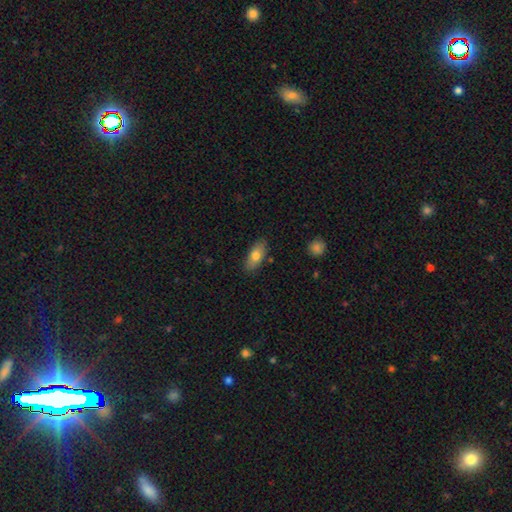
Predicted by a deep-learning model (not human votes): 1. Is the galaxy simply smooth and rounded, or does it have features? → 74% smooth, 19% featured or disk, 7% star or artifact.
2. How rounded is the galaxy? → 85% in between, 11% cigar-shaped, 3% round.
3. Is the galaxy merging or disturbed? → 84% none, 12% minor disturbance, 2% major disturbance, 2% merger.